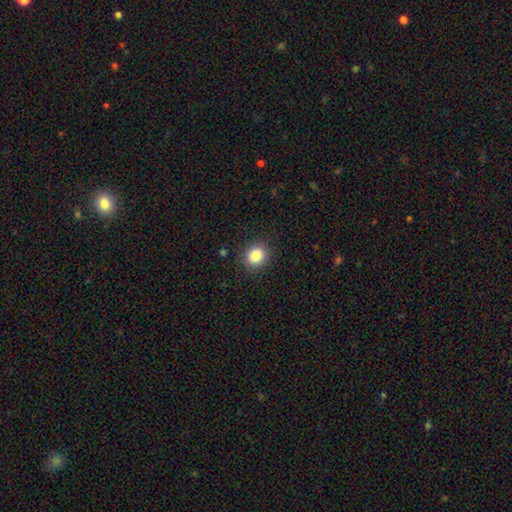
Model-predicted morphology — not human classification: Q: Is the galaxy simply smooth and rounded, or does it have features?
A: smooth — 84%.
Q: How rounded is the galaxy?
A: round — 79%.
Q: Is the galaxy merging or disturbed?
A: none — 88%.